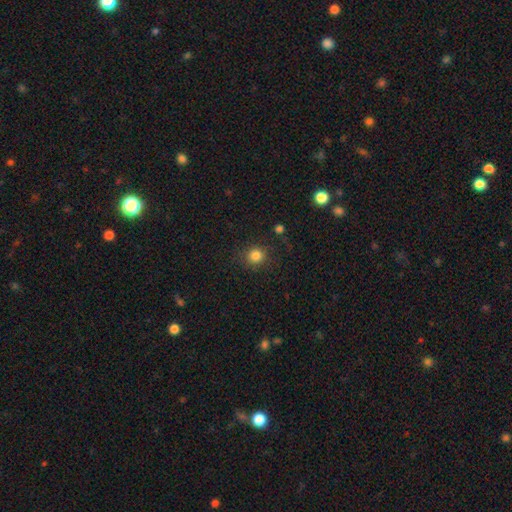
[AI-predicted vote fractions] A smooth galaxy with no disk features (83%) that is round (89%). Merging: none (85%).